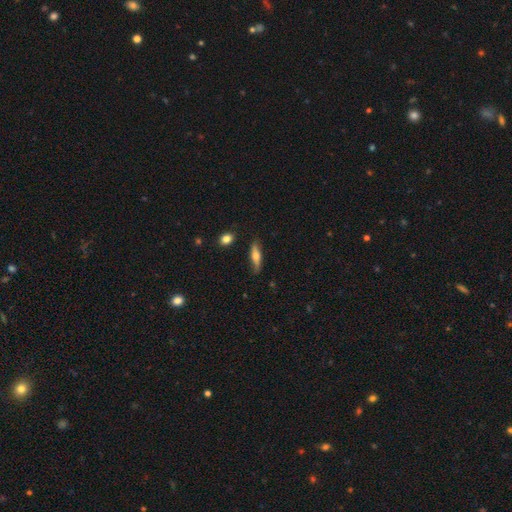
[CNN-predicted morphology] A smooth galaxy with no disk features (54%) that is cigar-shaped (68%).

Vote fractions:
- Smooth or featured? smooth: 54% / featured or disk: 39% / star or artifact: 7%
- How rounded? cigar-shaped: 68% / in between: 29% / round: 3%
- Merging? none: 81% / minor disturbance: 15% / major disturbance: 3% / merger: 2%